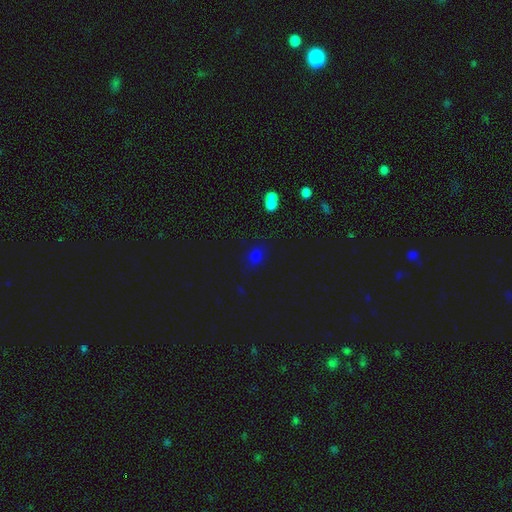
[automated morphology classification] Smooth or featured?
  - smooth: 66% *
  - star or artifact: 27%
  - featured or disk: 7%
How rounded?
  - round: 54% *
  - in between: 44%
  - cigar-shaped: 2%
Merging?
  - none: 67% *
  - merger: 14%
  - minor disturbance: 13%
  - major disturbance: 5%